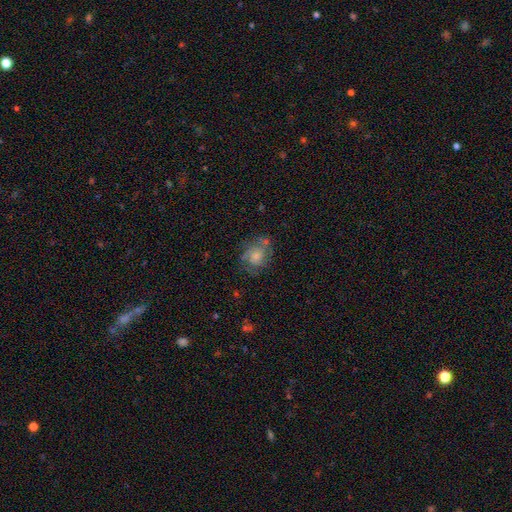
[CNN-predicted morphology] Smooth or featured? Predicted: featured or disk (p=0.51). Edge-on disk? Predicted: no (p=0.97). Merging? Predicted: none (p=0.54).